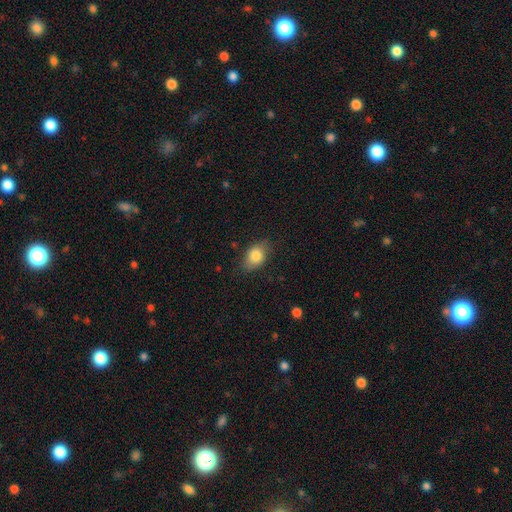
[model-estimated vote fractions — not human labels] smooth 81%, featured or disk 11%, star or artifact 8%. Down the decision tree: how rounded — in between (81%); merging — none (78%).